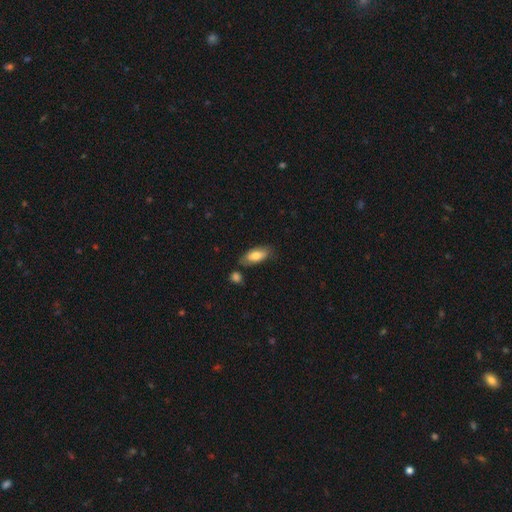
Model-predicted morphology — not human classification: smooth_or_featured: smooth (p=0.76) [alt: featured or disk p=0.18]
how_rounded: in between (p=0.84) [alt: cigar-shaped p=0.14]
merging: none (p=0.73) [alt: minor disturbance p=0.16]